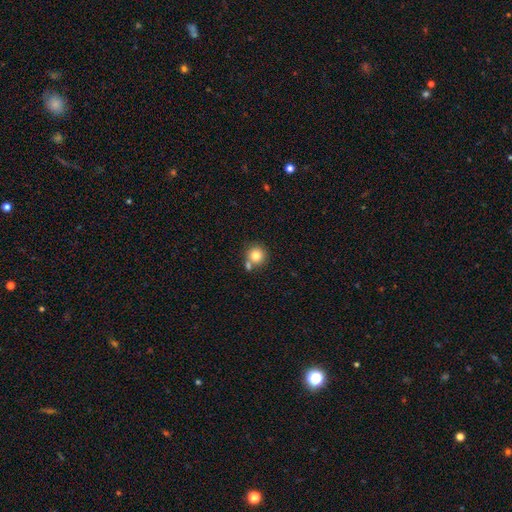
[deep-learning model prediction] Overall: smooth (79%). How rounded: round (92%). Merging: none (63%; merger 25%).